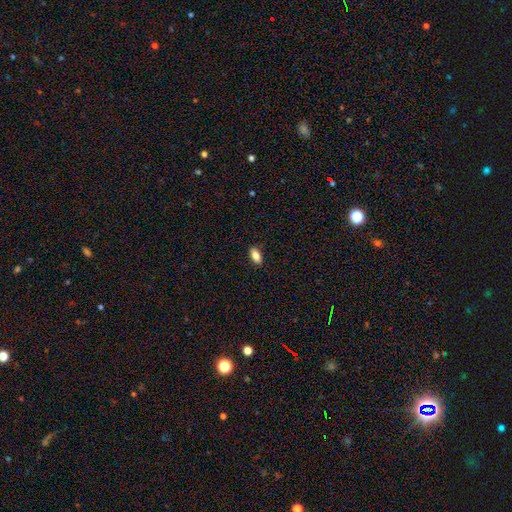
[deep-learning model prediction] Smooth or featured?
  - smooth: 84% *
  - featured or disk: 8%
  - star or artifact: 8%
How rounded?
  - in between: 89% *
  - cigar-shaped: 7%
  - round: 4%
Merging?
  - none: 88% *
  - minor disturbance: 9%
  - major disturbance: 2%
  - merger: 1%